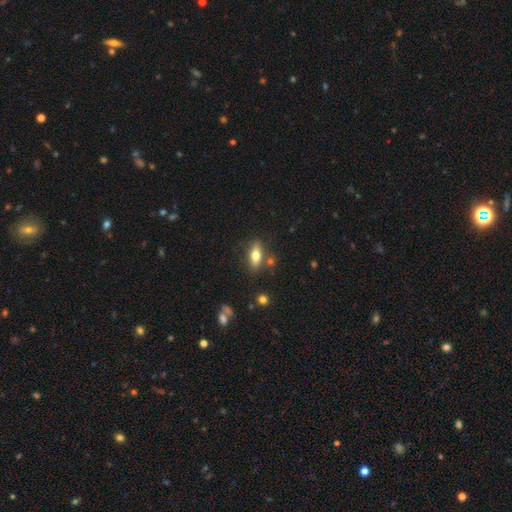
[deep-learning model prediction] smooth 68%, featured or disk 24%, star or artifact 8%. Down the decision tree: how rounded — in between (73%); merging — none (78%).